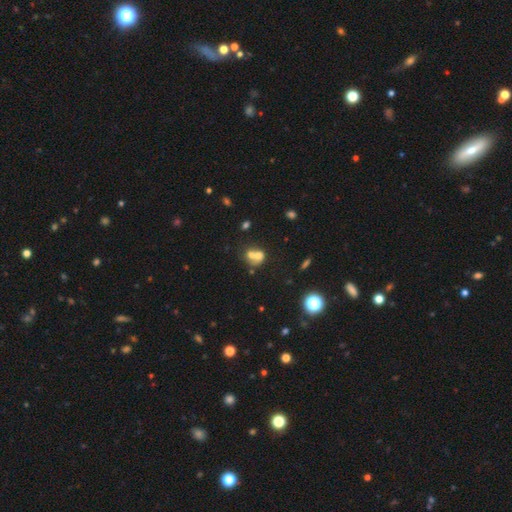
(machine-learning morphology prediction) smooth_or_featured: smooth (p=0.62) [alt: featured or disk p=0.25]
how_rounded: round (p=0.59) [alt: in between p=0.39]
merging: merger (p=0.67) [alt: none p=0.22]